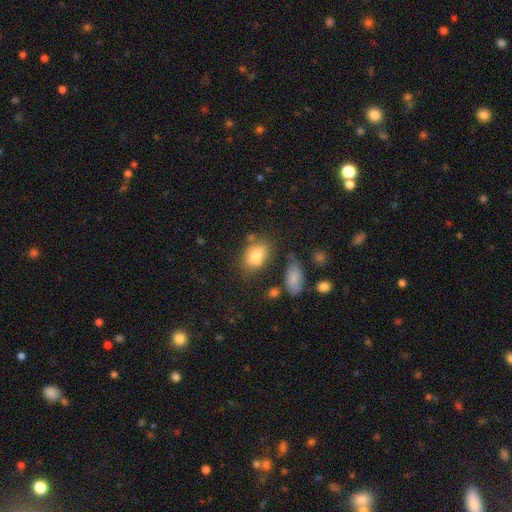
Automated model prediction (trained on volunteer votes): smooth-or-featured: smooth: 82% | featured or disk: 9% | star or artifact: 8%
  how-rounded: in between: 84% | round: 14% | cigar-shaped: 2%
  merging: none: 66% | minor disturbance: 19% | merger: 8% | major disturbance: 6%